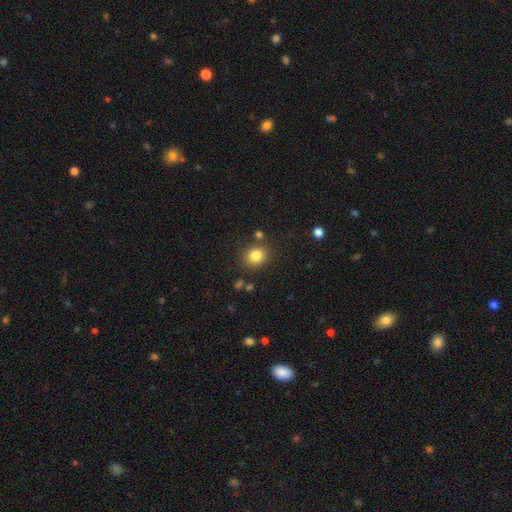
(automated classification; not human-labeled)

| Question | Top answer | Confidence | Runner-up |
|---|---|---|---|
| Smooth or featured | smooth | 82% | star or artifact (11%) |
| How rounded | round | 76% | in between (23%) |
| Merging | none | 81% | minor disturbance (10%) |